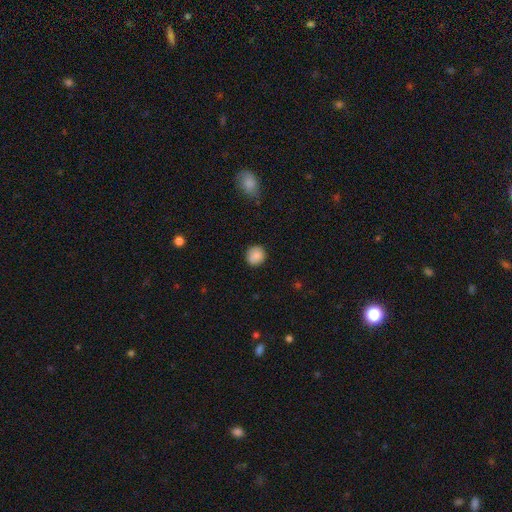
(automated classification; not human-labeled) A smooth galaxy with no disk features (87%) that is round (89%).

Vote fractions:
- Smooth or featured? smooth: 87% / star or artifact: 8% / featured or disk: 5%
- How rounded? round: 89% / in between: 10% / cigar-shaped: 1%
- Merging? none: 85% / minor disturbance: 11% / major disturbance: 3% / merger: 1%